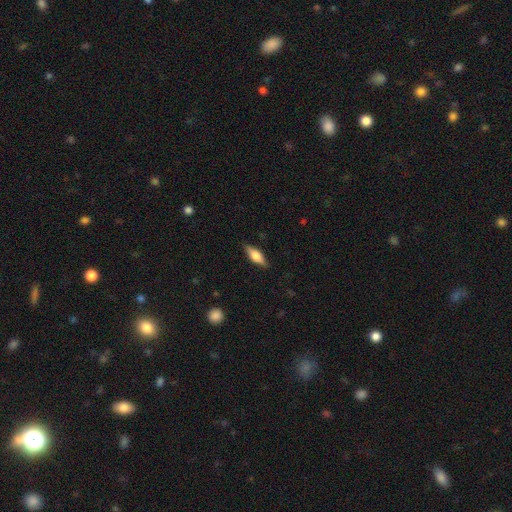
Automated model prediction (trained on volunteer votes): smooth-or-featured: smooth: 57% | featured or disk: 37% | star or artifact: 6%
  how-rounded: in between: 60% | cigar-shaped: 37% | round: 3%
  merging: none: 86% | minor disturbance: 11% | major disturbance: 2% | merger: 1%